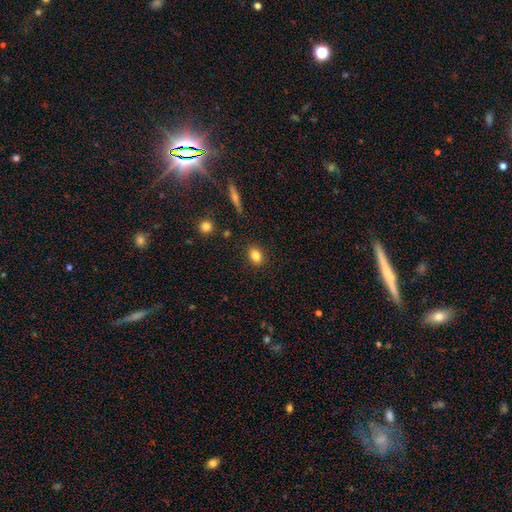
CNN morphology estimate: This is clearly a smooth galaxy (83%). How rounded: likely in between (64%). Merging: clearly none (88%).